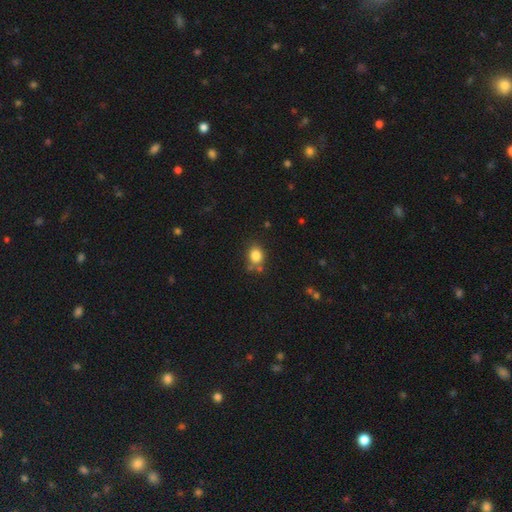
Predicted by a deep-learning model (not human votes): Q: Smooth or featured?
A: smooth (83%); runner-up: star or artifact (11%)
Q: How rounded?
A: round (60%); runner-up: in between (39%)
Q: Merging?
A: none (68%); runner-up: minor disturbance (16%)